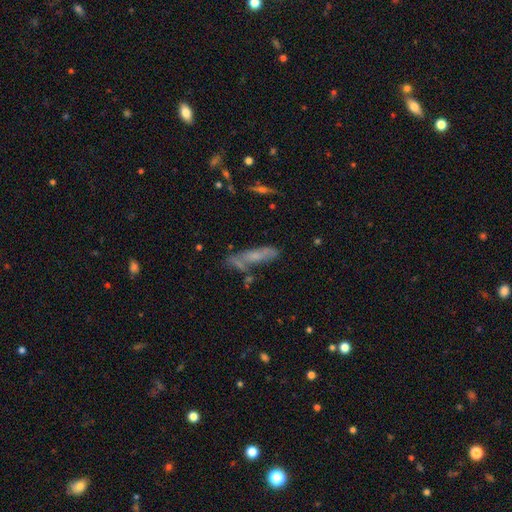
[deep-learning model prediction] smooth-or-featured: smooth: 49% | featured or disk: 40% | star or artifact: 11%
  merging: none: 55% | minor disturbance: 22% | merger: 13% | major disturbance: 10%